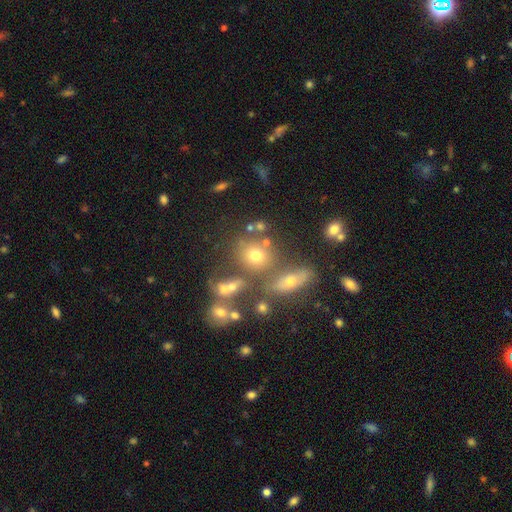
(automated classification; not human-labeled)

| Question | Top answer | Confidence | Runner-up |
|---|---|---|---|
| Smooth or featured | smooth | 67% | star or artifact (17%) |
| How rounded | round | 67% | in between (30%) |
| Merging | none | 57% | merger (24%) |